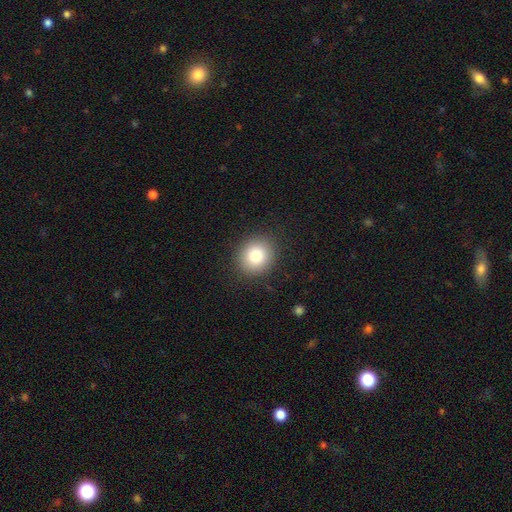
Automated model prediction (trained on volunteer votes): A smooth galaxy with no disk features (83%) that is round (79%). Merging: none (89%).